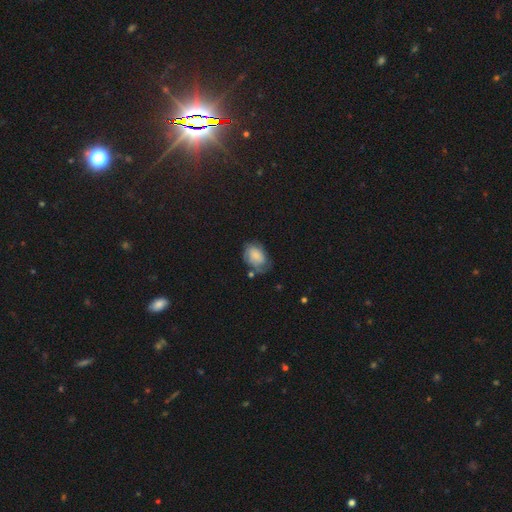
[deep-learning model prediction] Smooth or featured? smooth (61%)
How rounded? in between (81%)
Merging? none (48%)